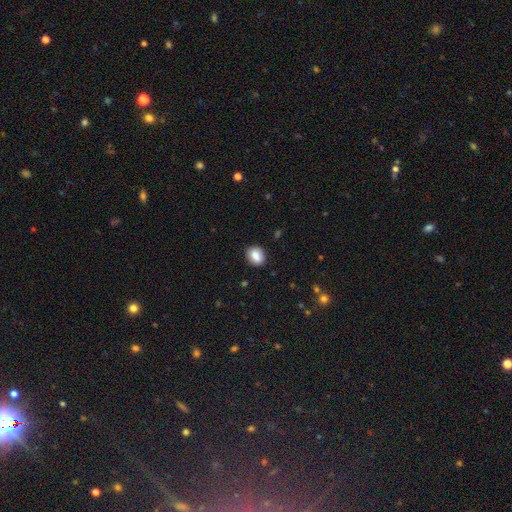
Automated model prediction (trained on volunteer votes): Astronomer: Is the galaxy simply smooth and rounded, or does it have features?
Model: smooth — 84%.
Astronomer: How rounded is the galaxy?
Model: round — 53% (runner-up: in between, 46%).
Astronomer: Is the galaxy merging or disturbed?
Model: none — 88%.